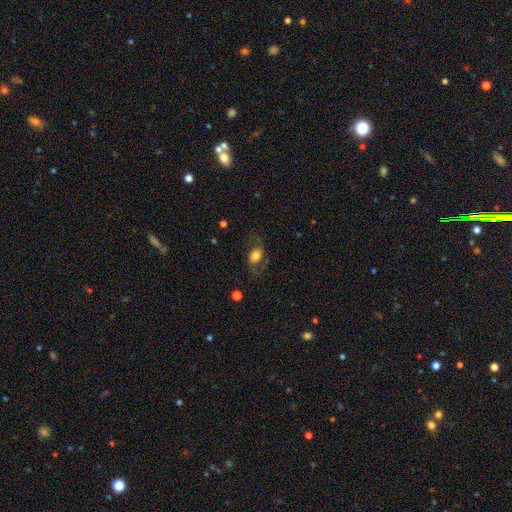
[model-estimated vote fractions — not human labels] Morphology: type=featured or disk (50%); edge-on=no (94%); merging=none (66%).